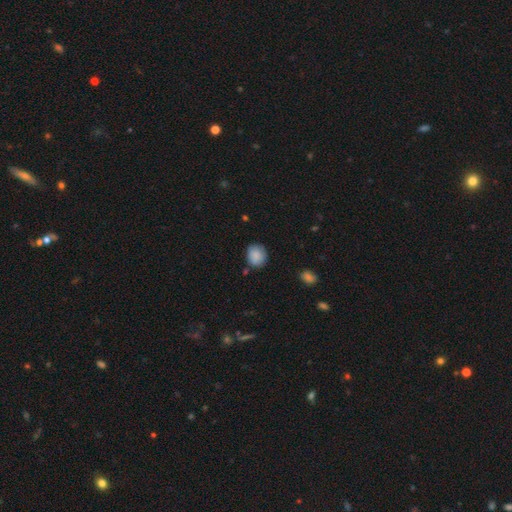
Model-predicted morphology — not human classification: A smooth galaxy with no disk features (86%) that is round (69%).

Vote fractions:
- Smooth or featured? smooth: 86% / star or artifact: 8% / featured or disk: 6%
- How rounded? round: 69% / in between: 30% / cigar-shaped: 1%
- Merging? none: 77% / minor disturbance: 17% / major disturbance: 3% / merger: 3%